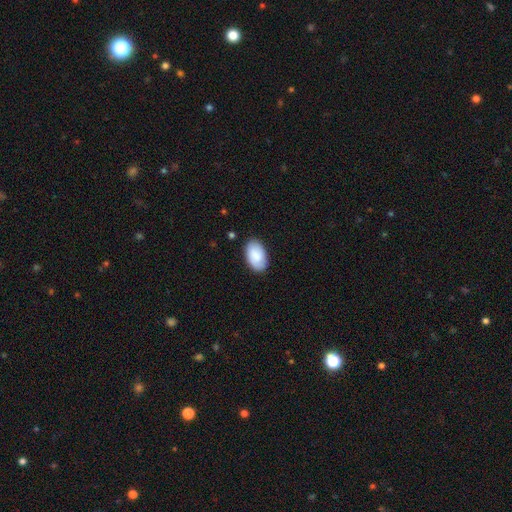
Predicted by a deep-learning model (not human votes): Q: Smooth or featured?
A: smooth (82%); runner-up: featured or disk (12%)
Q: How rounded?
A: in between (94%); runner-up: round (4%)
Q: Merging?
A: none (84%); runner-up: minor disturbance (12%)